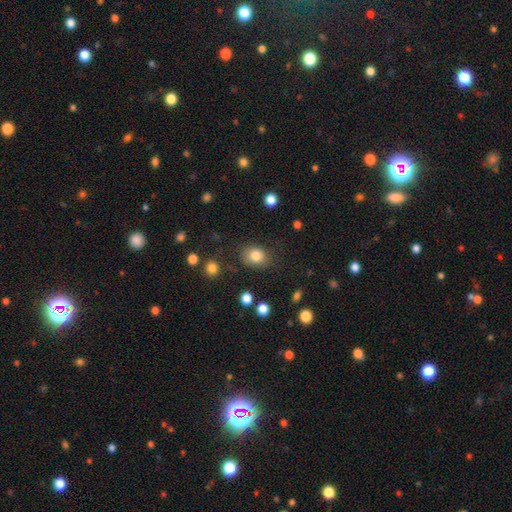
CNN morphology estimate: Overall: smooth (82%). How rounded: in between (52%; round 47%). Merging: none (75%).